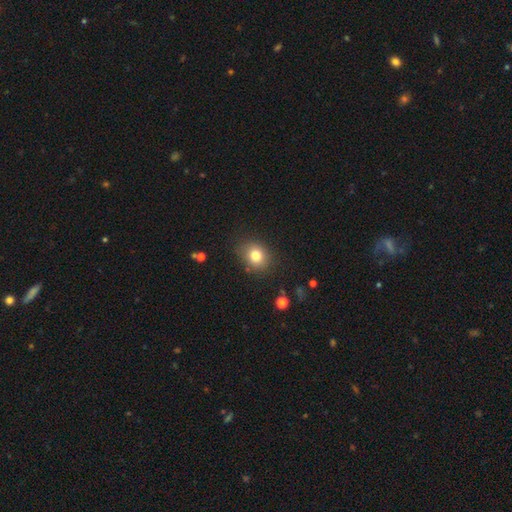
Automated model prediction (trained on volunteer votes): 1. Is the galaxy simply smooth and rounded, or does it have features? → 79% smooth, 12% star or artifact, 9% featured or disk.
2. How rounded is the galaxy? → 62% round, 37% in between, 1% cigar-shaped.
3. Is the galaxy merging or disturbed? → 83% none, 12% minor disturbance, 3% major disturbance, 2% merger.